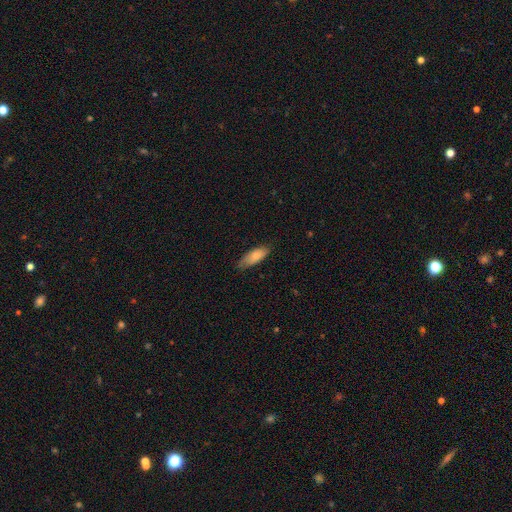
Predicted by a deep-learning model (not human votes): This is likely a smooth galaxy (77%). How rounded: likely in between (73%). Merging: likely none (69%).